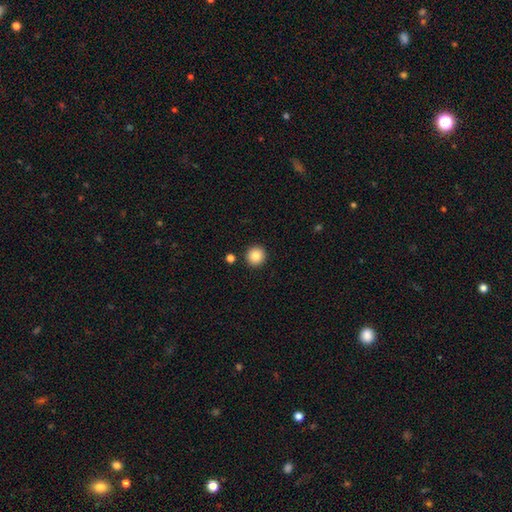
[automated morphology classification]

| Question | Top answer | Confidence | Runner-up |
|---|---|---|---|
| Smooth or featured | smooth | 85% | star or artifact (10%) |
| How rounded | round | 95% | in between (4%) |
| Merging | none | 91% | minor disturbance (5%) |